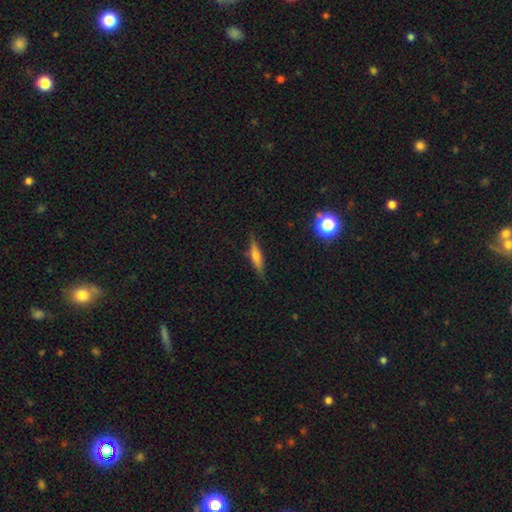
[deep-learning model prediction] smooth 48%, featured or disk 42%, star or artifact 9%. Down the decision tree: merging — none (84%).